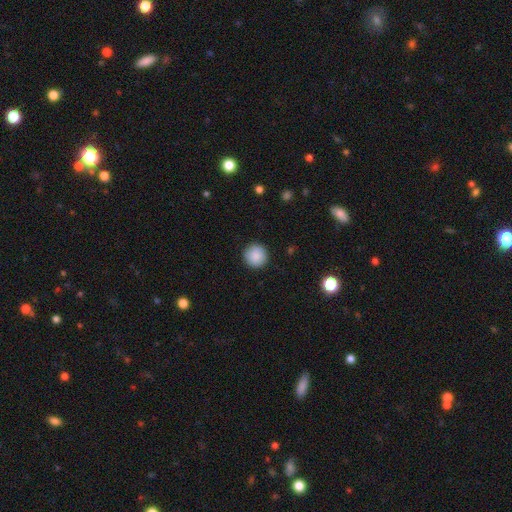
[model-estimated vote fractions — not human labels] Smooth or featured?
  - smooth: 89% *
  - star or artifact: 8%
  - featured or disk: 4%
How rounded?
  - round: 96% *
  - in between: 3%
  - cigar-shaped: 1%
Merging?
  - none: 92% *
  - minor disturbance: 5%
  - major disturbance: 2%
  - merger: 1%